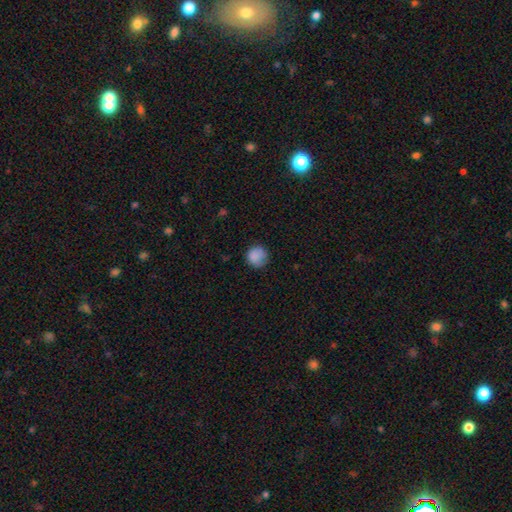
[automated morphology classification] smooth_or_featured: smooth (p=0.85) [alt: star or artifact p=0.09]
how_rounded: round (p=0.90) [alt: in between p=0.09]
merging: none (p=0.73) [alt: minor disturbance p=0.20]